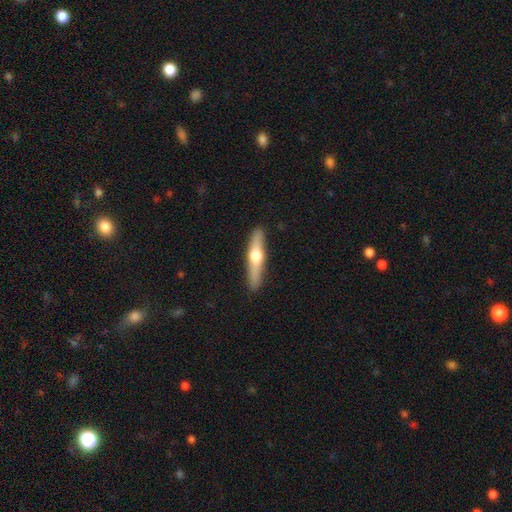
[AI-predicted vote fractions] This is likely a featured or disk galaxy (61%). It is clearly viewed edge-on (96%). Edge-on bulge: clearly rounded (95%). Merging: clearly none (90%).